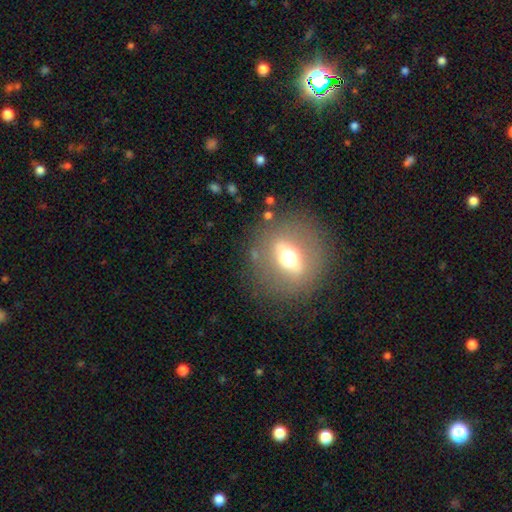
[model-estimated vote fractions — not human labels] Morphology: type=featured or disk (43%); merging=none (85%).